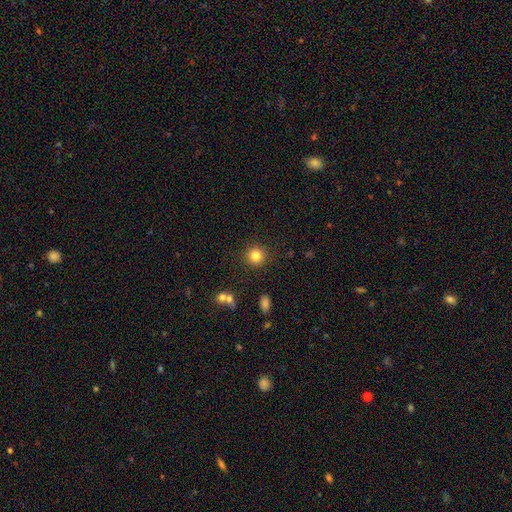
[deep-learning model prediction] Smooth or featured? smooth (82%)
How rounded? round (92%)
Merging? none (88%)